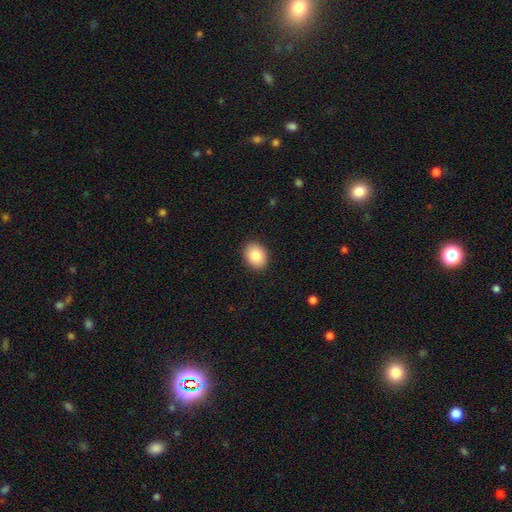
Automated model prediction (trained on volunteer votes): Smooth or featured? Predicted: smooth (p=0.85). How rounded? Predicted: in between (p=0.54). Merging? Predicted: none (p=0.91).